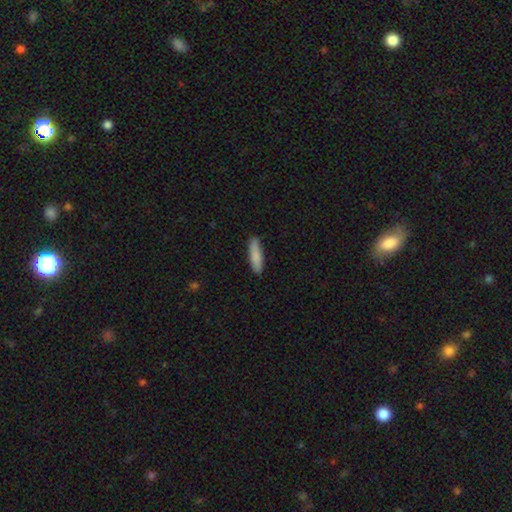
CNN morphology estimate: Smooth or featured? Predicted: smooth (p=0.86). How rounded? Predicted: cigar-shaped (p=0.71). Merging? Predicted: none (p=0.88).